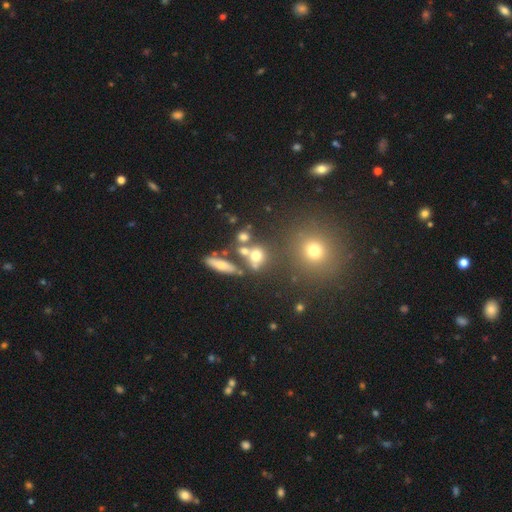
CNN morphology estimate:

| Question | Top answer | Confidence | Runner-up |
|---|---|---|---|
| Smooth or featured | smooth | 64% | star or artifact (19%) |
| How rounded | round | 65% | in between (31%) |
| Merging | none | 51% | merger (30%) |